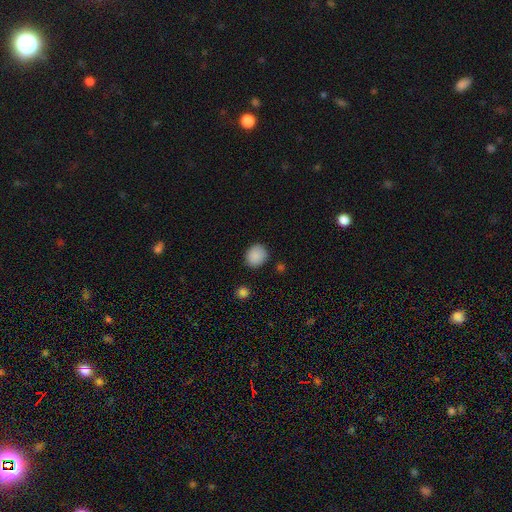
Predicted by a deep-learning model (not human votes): This appears to be a smooth galaxy with no disk features (88%) that is round (71%). Merging: none (86%).